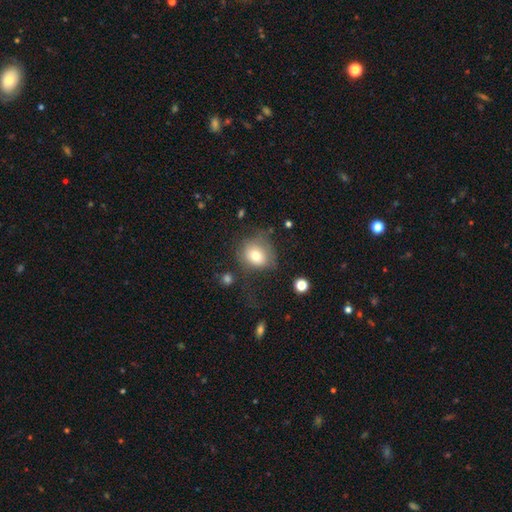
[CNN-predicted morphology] This is likely a smooth galaxy (75%). How rounded: likely round (63%). Merging: possibly none (50%).